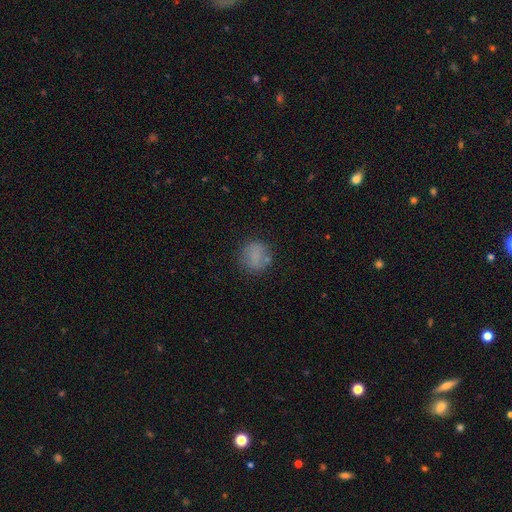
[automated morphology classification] A smooth galaxy with no disk features (77%) that is round (83%). Merging: none (73%).